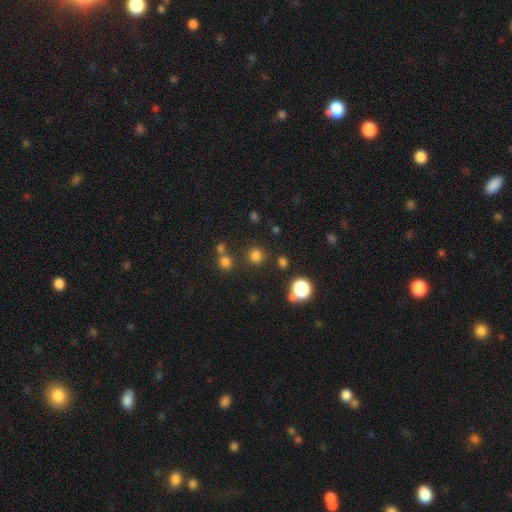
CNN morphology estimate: smooth 76%, star or artifact 19%, featured or disk 5%. Down the decision tree: how rounded — round (92%); merging — none (82%).